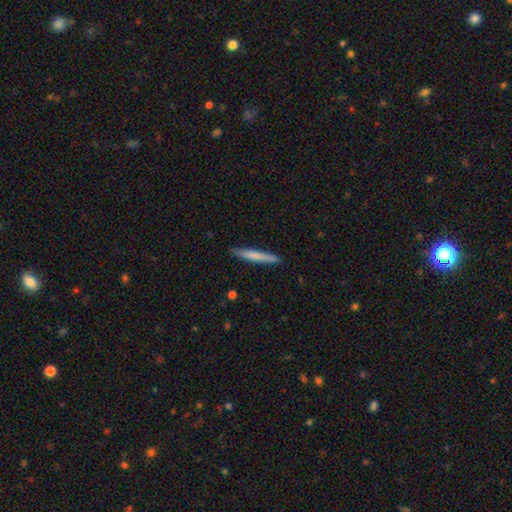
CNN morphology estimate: The model was most divided on "smooth or featured": smooth: 68%, featured or disk: 27%, star or artifact: 5%. More confident: how rounded — cigar-shaped (96%); merging — none (90%).